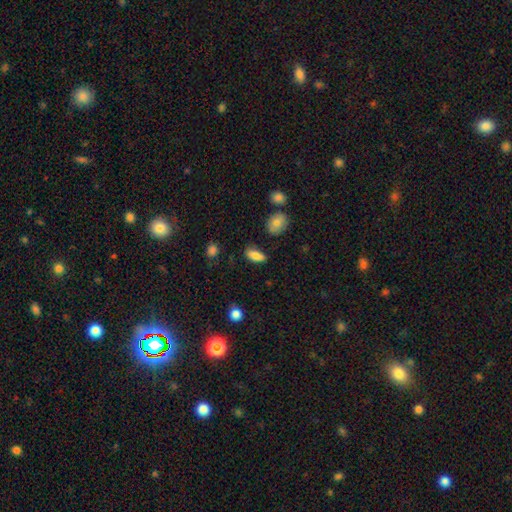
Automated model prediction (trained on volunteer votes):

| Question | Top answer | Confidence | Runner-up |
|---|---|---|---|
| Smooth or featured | smooth | 84% | featured or disk (8%) |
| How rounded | in between | 82% | cigar-shaped (15%) |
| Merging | none | 79% | minor disturbance (15%) |